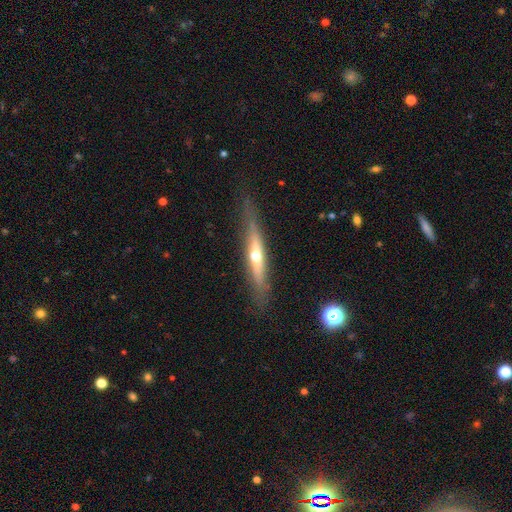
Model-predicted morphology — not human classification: This appears to be a featured or disk galaxy (61%) viewed edge-on (89%) with a rounded central bulge (81%). Merging: none (78%).